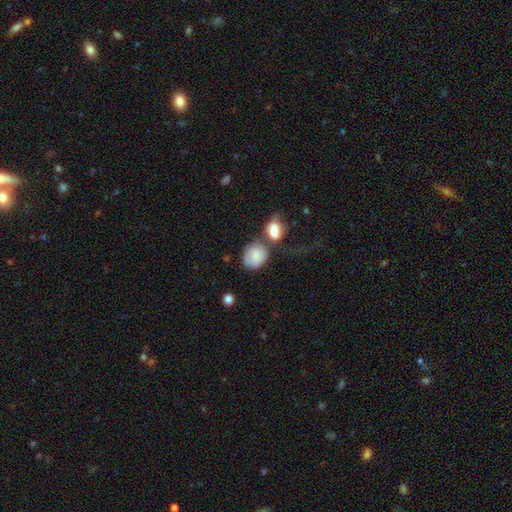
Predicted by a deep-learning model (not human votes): The model was most divided on "merging": none: 38%, merger: 33%, minor disturbance: 18%, major disturbance: 12%. More confident: smooth or featured — smooth (78%); how rounded — round (55%).